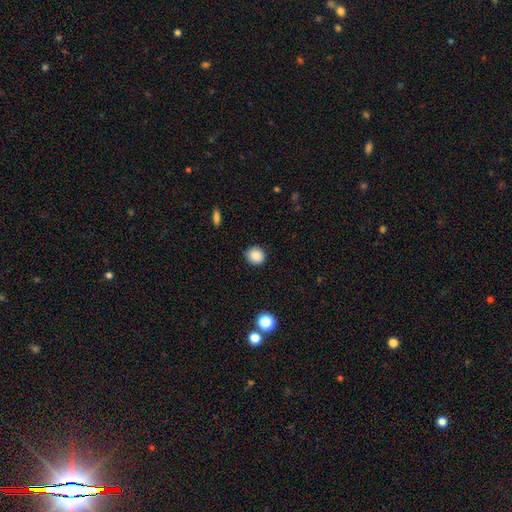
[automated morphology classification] Smooth or featured? Predicted: smooth (p=0.87). How rounded? Predicted: round (p=0.83). Merging? Predicted: none (p=0.86).